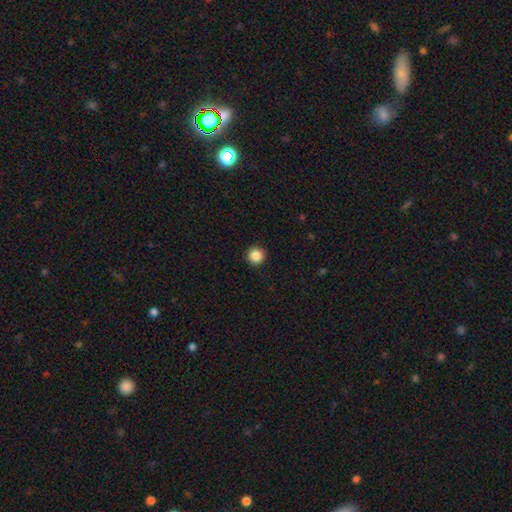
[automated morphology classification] This appears to be a smooth galaxy with no disk features (86%) that is round (96%). Merging: none (93%).